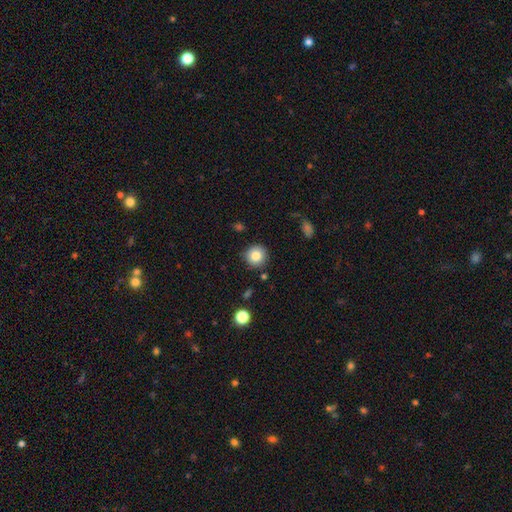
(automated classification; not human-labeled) Smooth or featured: smooth — 83% (star or artifact — 10%)
How rounded: round — 93% (in between — 6%)
Merging: none — 87% (minor disturbance — 8%)